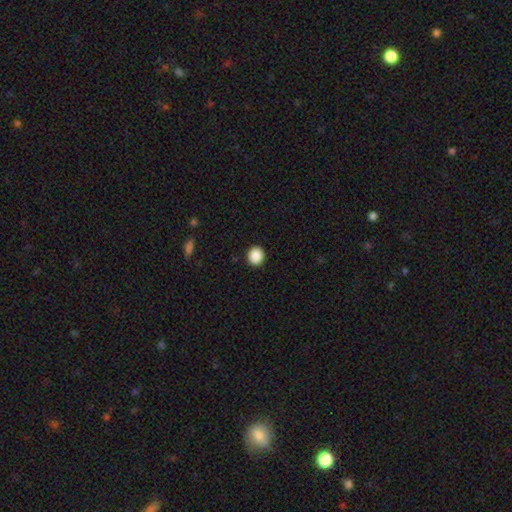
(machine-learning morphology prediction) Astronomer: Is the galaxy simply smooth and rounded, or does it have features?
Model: smooth — 89%.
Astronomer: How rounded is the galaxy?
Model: round — 84%.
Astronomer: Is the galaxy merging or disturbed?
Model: none — 92%.